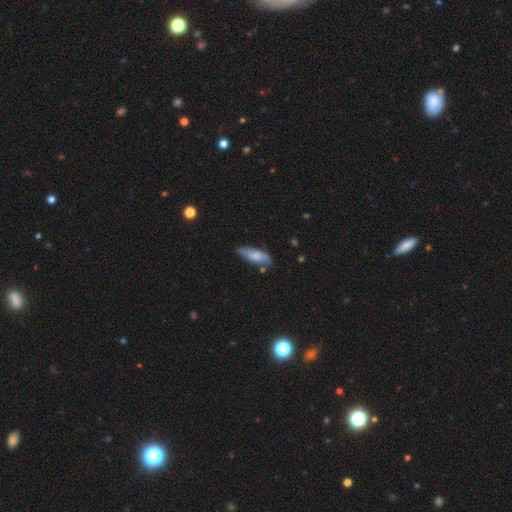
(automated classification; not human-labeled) The model was most divided on "how rounded": in between: 55%, cigar-shaped: 43%, round: 2%. More confident: merging — none (71%); smooth or featured — smooth (70%).